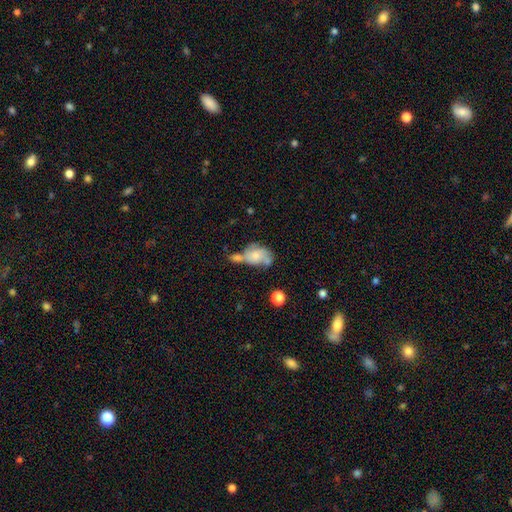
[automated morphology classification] Smooth or featured? smooth (48%)
Merging? merger (43%)